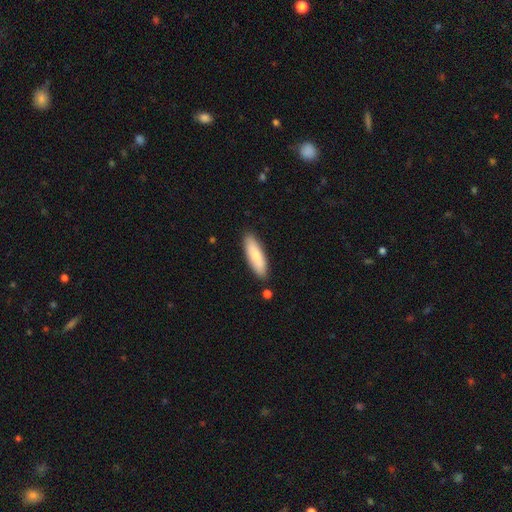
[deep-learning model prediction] A smooth galaxy with no disk features (78%) that is cigar-shaped (51%). Merging: none (87%).